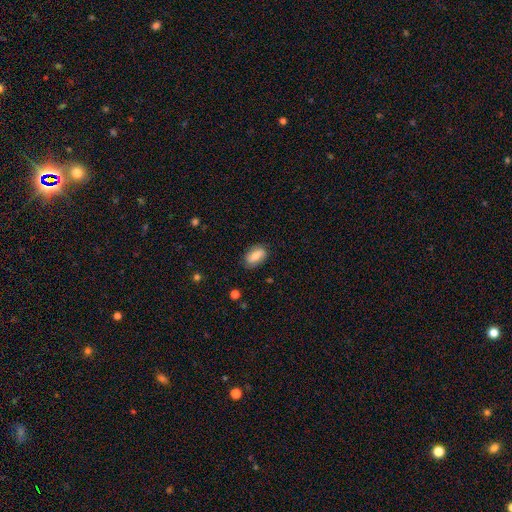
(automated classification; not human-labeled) Morphology: type=smooth (66%); roundness=in between (88%); merging=none (81%).